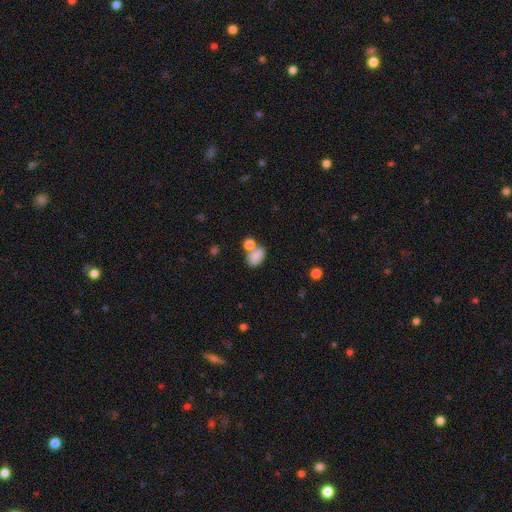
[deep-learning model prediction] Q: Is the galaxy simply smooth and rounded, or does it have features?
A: smooth — 82%.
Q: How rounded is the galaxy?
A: in between — 78%.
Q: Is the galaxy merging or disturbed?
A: none — 42%.